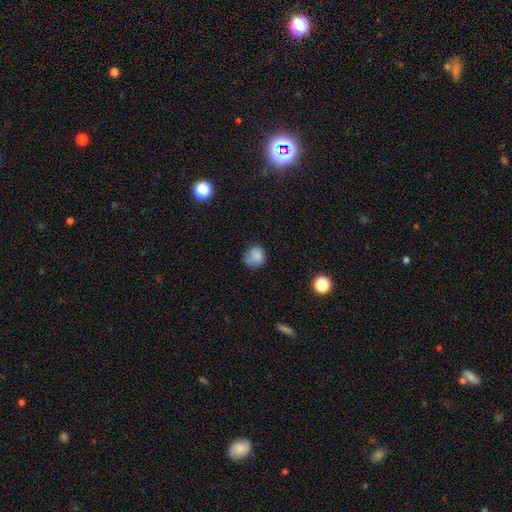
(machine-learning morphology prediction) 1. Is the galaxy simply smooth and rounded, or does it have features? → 83% smooth, 10% star or artifact, 7% featured or disk.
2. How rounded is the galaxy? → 81% round, 18% in between, 1% cigar-shaped.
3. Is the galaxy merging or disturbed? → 63% none, 27% minor disturbance, 7% major disturbance, 2% merger.